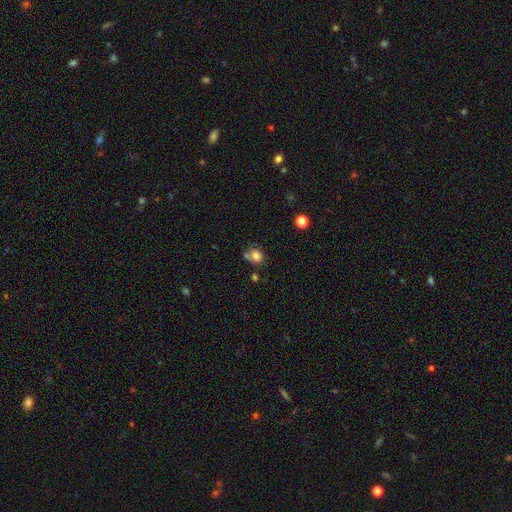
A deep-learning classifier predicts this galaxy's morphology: Smooth or featured? smooth (77%)
How rounded? round (62%)
Merging? none (51%)